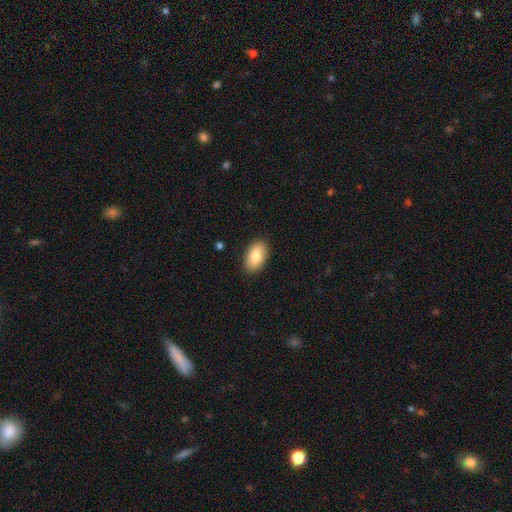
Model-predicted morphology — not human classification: The model was most divided on "smooth or featured": smooth: 82%, featured or disk: 11%, star or artifact: 7%. More confident: how rounded — in between (93%); merging — none (89%).